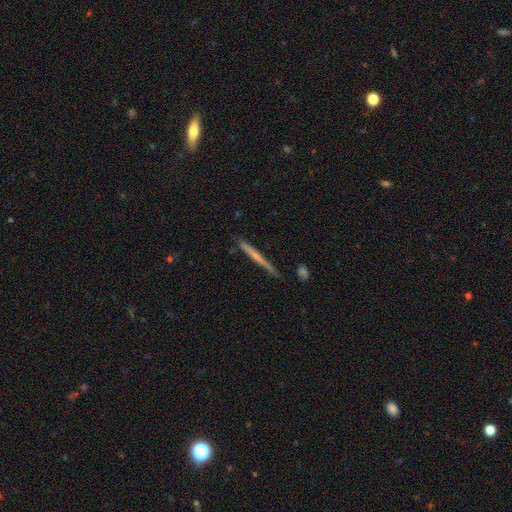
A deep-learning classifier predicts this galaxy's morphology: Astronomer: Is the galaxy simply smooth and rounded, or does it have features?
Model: featured or disk — 50% (runner-up: smooth, 44%).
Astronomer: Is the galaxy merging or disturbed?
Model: none — 88%.